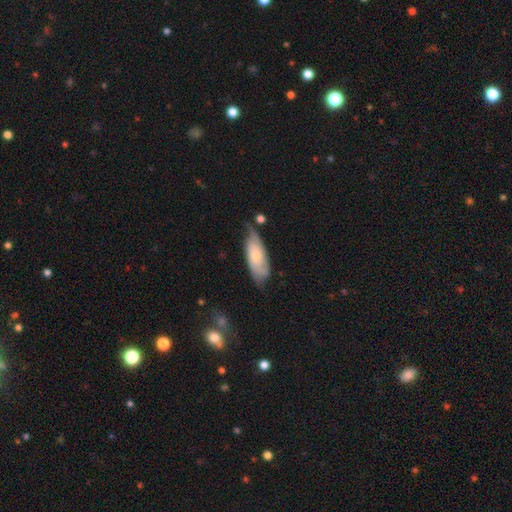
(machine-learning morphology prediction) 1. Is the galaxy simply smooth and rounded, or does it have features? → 54% smooth, 40% featured or disk, 6% star or artifact.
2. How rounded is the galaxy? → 75% in between, 23% cigar-shaped, 2% round.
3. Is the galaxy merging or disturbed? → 52% none, 35% minor disturbance, 10% major disturbance, 4% merger.